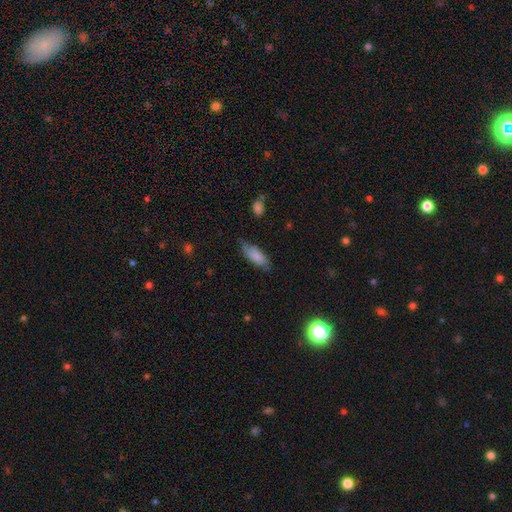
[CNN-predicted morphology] Smooth or featured?
  - smooth: 79% *
  - featured or disk: 15%
  - star or artifact: 6%
How rounded?
  - in between: 76% *
  - cigar-shaped: 22%
  - round: 2%
Merging?
  - none: 62% *
  - minor disturbance: 30%
  - major disturbance: 6%
  - merger: 2%